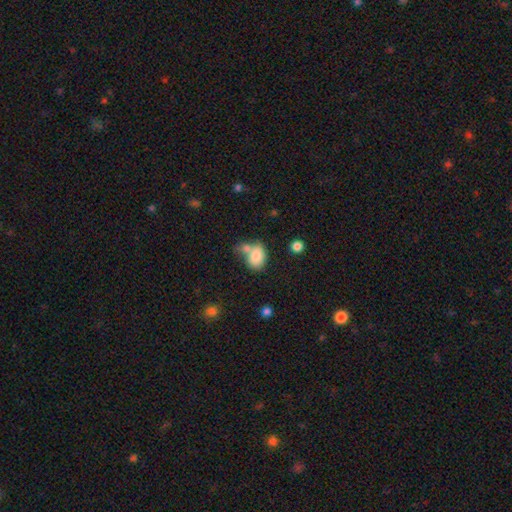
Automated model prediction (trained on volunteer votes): Morphology: type=smooth (81%); roundness=in between (75%); merging=merger (44%).